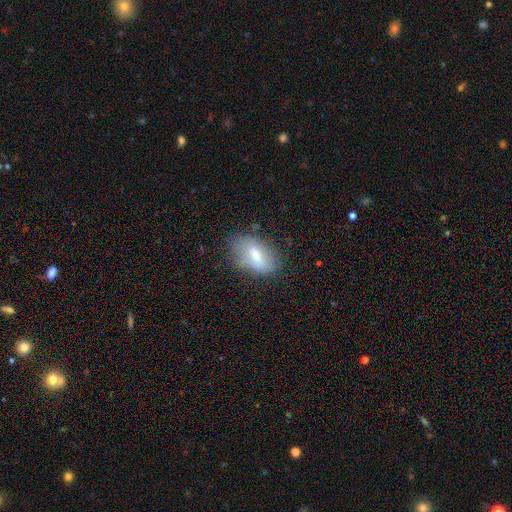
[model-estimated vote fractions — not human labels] Overall: smooth (64%; featured or disk 27%). How rounded: in between (90%). Merging: none (63%; minor disturbance 25%).